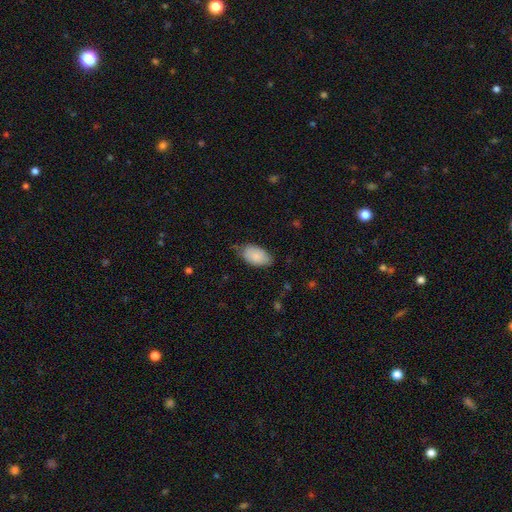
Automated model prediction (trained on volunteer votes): Q: Smooth or featured?
A: smooth (86%); runner-up: featured or disk (8%)
Q: How rounded?
A: in between (94%); runner-up: round (4%)
Q: Merging?
A: none (67%); runner-up: minor disturbance (27%)